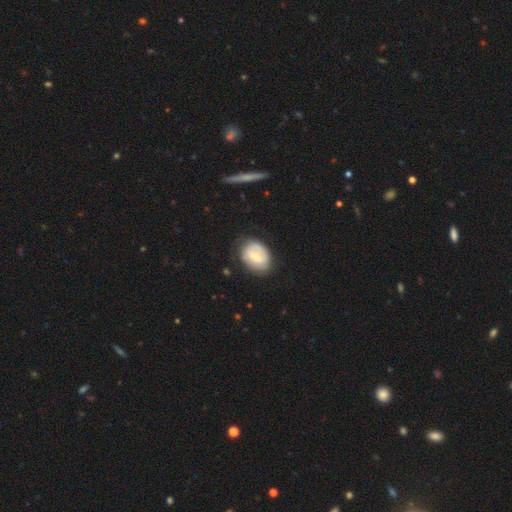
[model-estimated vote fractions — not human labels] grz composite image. It shows a smooth galaxy with no disk features (49%). Merging: none (70%).